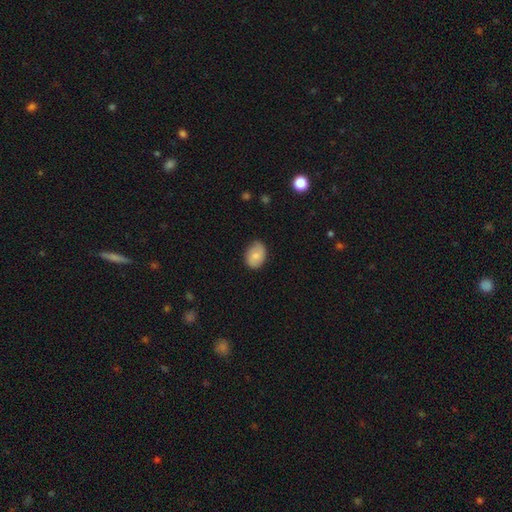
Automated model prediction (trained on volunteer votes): Q: Smooth or featured?
A: smooth (74%); runner-up: featured or disk (19%)
Q: How rounded?
A: in between (74%); runner-up: round (25%)
Q: Merging?
A: none (76%); runner-up: minor disturbance (20%)